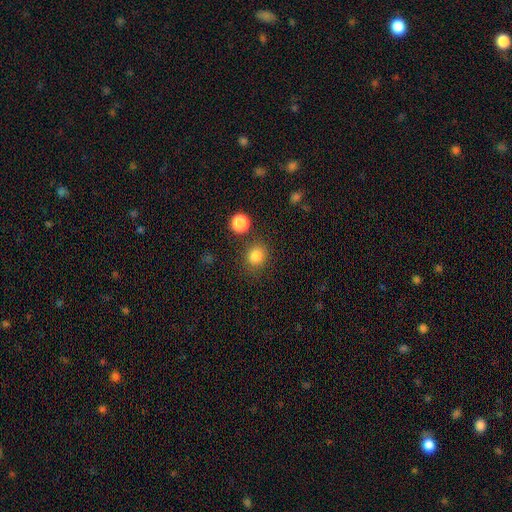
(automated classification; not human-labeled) A smooth galaxy with no disk features (84%) that is round (77%).

Vote fractions:
- Smooth or featured? smooth: 84% / star or artifact: 12% / featured or disk: 4%
- How rounded? round: 77% / in between: 22% / cigar-shaped: 1%
- Merging? none: 80% / minor disturbance: 10% / merger: 6% / major disturbance: 4%